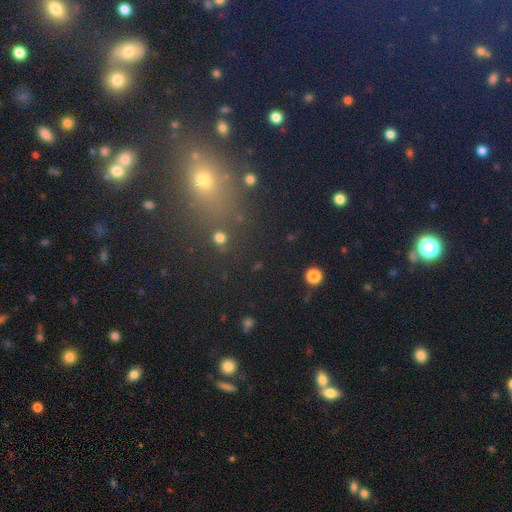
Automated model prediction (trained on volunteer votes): Smooth or featured?
  - star or artifact: 48% *
  - smooth: 42%
  - featured or disk: 10%